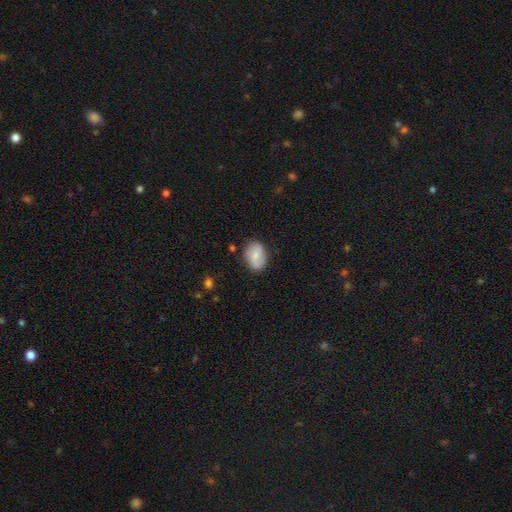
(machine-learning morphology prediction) Smooth or featured?
  - smooth: 74% *
  - featured or disk: 19%
  - star or artifact: 7%
How rounded?
  - in between: 79% *
  - round: 20%
  - cigar-shaped: 1%
Merging?
  - none: 77% *
  - minor disturbance: 17%
  - major disturbance: 4%
  - merger: 2%